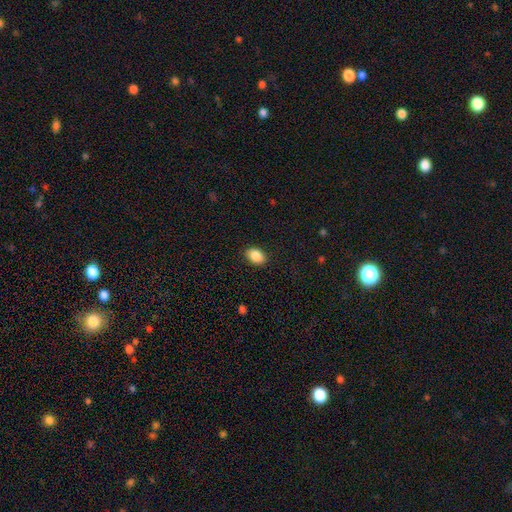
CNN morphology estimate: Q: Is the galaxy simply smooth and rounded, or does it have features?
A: smooth — 89%.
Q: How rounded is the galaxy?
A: in between — 83%.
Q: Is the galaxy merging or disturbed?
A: none — 89%.